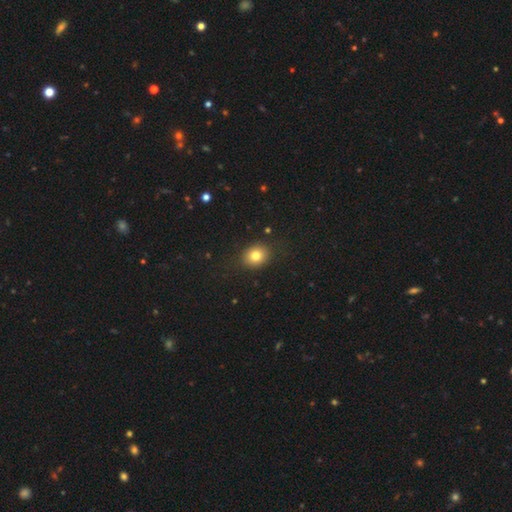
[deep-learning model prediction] Morphology: type=smooth (80%); roundness=round (55%); merging=none (86%).